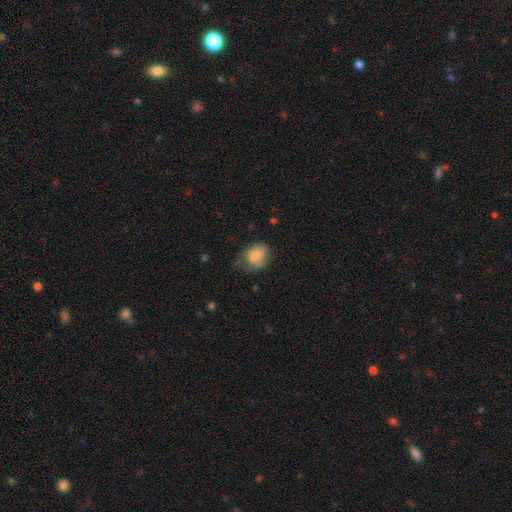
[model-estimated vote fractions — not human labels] smooth-or-featured: smooth: 75% | featured or disk: 17% | star or artifact: 8%
  how-rounded: in between: 64% | round: 35% | cigar-shaped: 1%
  merging: none: 45% | minor disturbance: 35% | major disturbance: 18% | merger: 2%